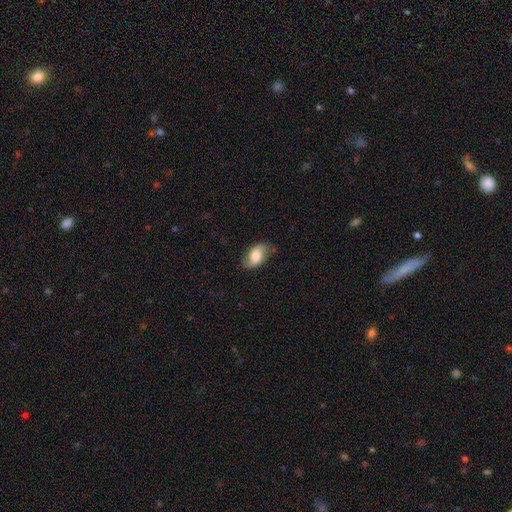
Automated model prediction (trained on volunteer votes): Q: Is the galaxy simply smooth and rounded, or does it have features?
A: smooth — 50%.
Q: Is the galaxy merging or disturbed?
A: none — 75%.